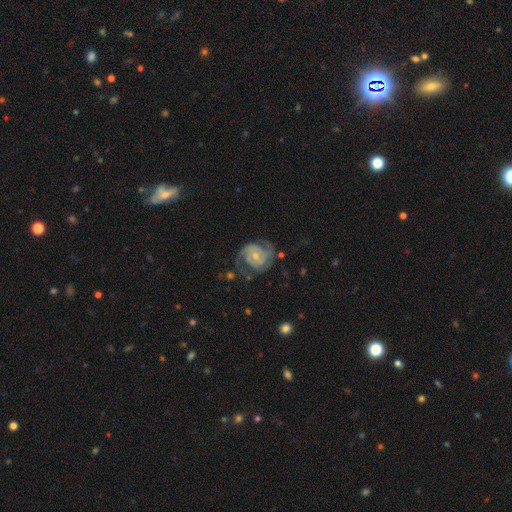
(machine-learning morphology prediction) Q: Smooth or featured?
A: featured or disk (87%); runner-up: smooth (8%)
Q: Edge-on disk?
A: no (98%); runner-up: yes (2%)
Q: Bar?
A: no (63%); runner-up: weak (29%)
Q: Spiral arms?
A: yes (96%); runner-up: no (4%)
Q: Spiral winding?
A: medium (44%); runner-up: tight (41%)
Q: Spiral arm count?
A: 2 (80%); runner-up: can't tell (7%)
Q: Bulge size?
A: small (66%); runner-up: moderate (29%)
Q: Merging?
A: none (66%); runner-up: minor disturbance (18%)